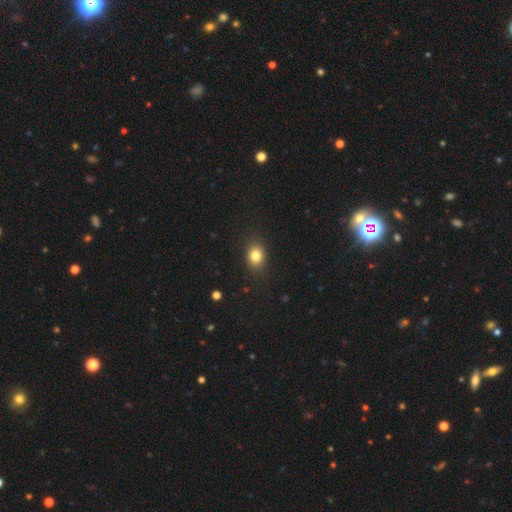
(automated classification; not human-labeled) Smooth or featured? Predicted: smooth (p=0.82). How rounded? Predicted: in between (p=0.52). Merging? Predicted: none (p=0.86).